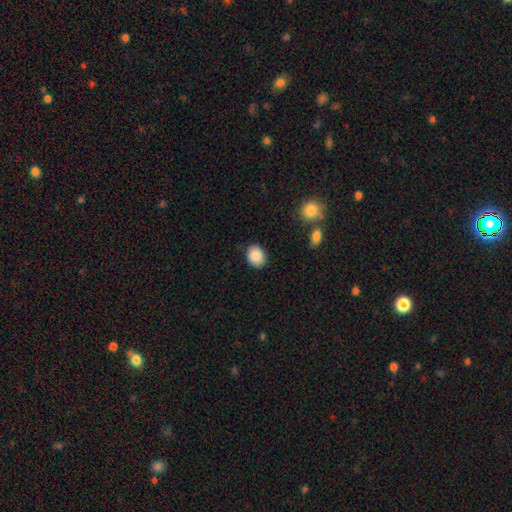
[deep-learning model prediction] A smooth galaxy with no disk features (89%) that is in between round and cigar-shaped (55%).

Vote fractions:
- Smooth or featured? smooth: 89% / star or artifact: 7% / featured or disk: 4%
- How rounded? in between: 55% / round: 44% / cigar-shaped: 1%
- Merging? none: 87% / minor disturbance: 9% / major disturbance: 2% / merger: 2%